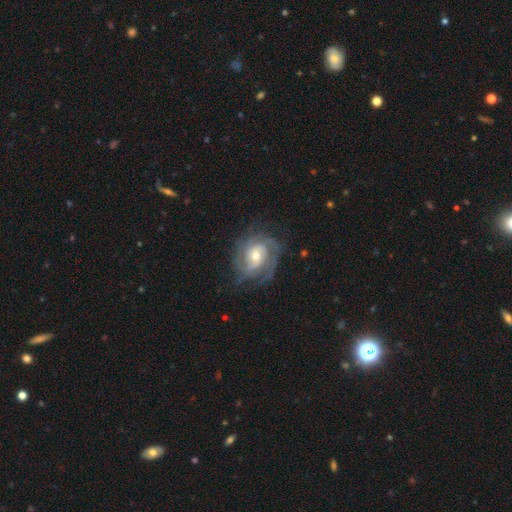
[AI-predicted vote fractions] The model was most divided on "spiral arm count" (2-way tie): 3: 26%, can't tell: 26%, 2: 25%, 4: 11%, 1: 6%, more than 4: 6%. More confident: edge-on disk — no (97%); spiral arms — yes (95%); smooth or featured — featured or disk (86%); merging — none (72%); bar — no (59%); spiral winding — tight (58%); bulge size — moderate (56%).